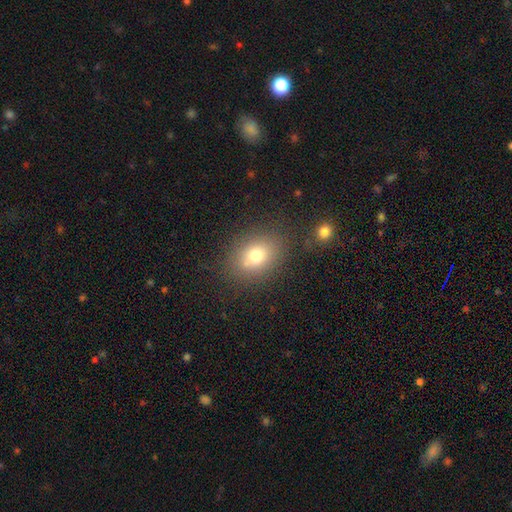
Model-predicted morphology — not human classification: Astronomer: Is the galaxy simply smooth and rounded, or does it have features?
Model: smooth — 72%.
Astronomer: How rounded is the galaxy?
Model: in between — 57% (runner-up: round, 42%).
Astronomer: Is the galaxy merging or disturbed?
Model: none — 75%.